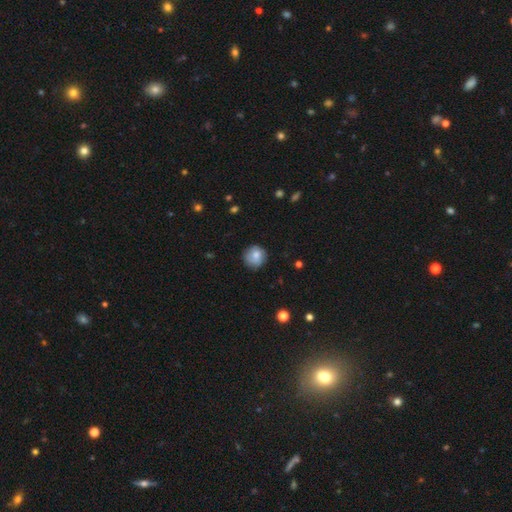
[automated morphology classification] smooth_or_featured: smooth (p=0.73) [alt: featured or disk p=0.19]
how_rounded: round (p=0.90) [alt: in between p=0.09]
merging: none (p=0.78) [alt: minor disturbance p=0.17]